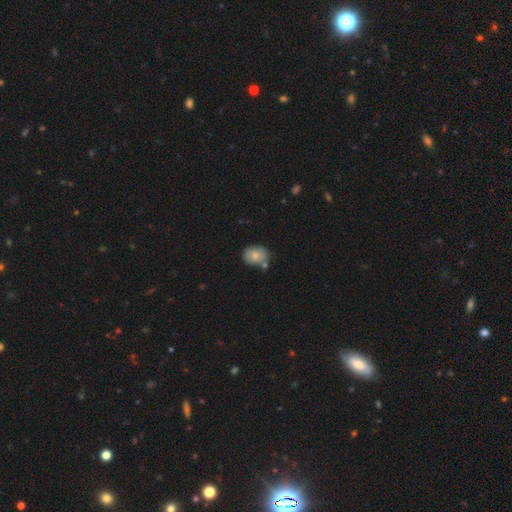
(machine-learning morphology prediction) smooth-or-featured: smooth: 78% | featured or disk: 14% | star or artifact: 8%
  how-rounded: in between: 59% | round: 40% | cigar-shaped: 1%
  merging: none: 62% | minor disturbance: 20% | merger: 13% | major disturbance: 5%